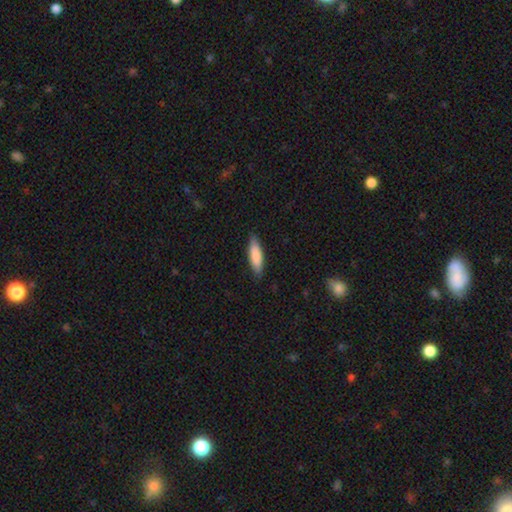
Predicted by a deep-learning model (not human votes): smooth_or_featured: smooth (p=0.84) [alt: featured or disk p=0.10]
how_rounded: cigar-shaped (p=0.63) [alt: in between p=0.35]
merging: none (p=0.87) [alt: minor disturbance p=0.10]